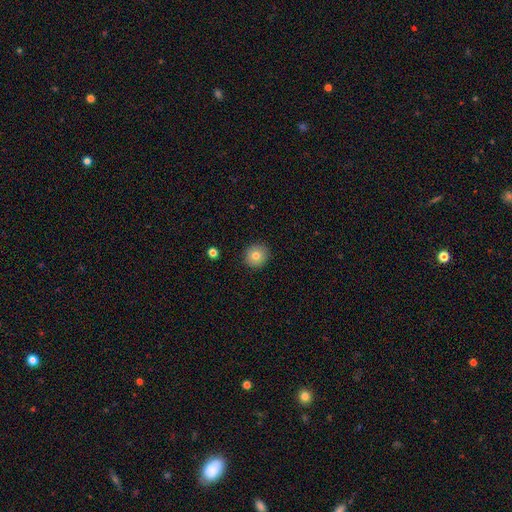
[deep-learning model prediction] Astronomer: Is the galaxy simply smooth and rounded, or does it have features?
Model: smooth — 79%.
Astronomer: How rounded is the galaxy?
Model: round — 93%.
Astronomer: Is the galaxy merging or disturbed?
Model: none — 91%.